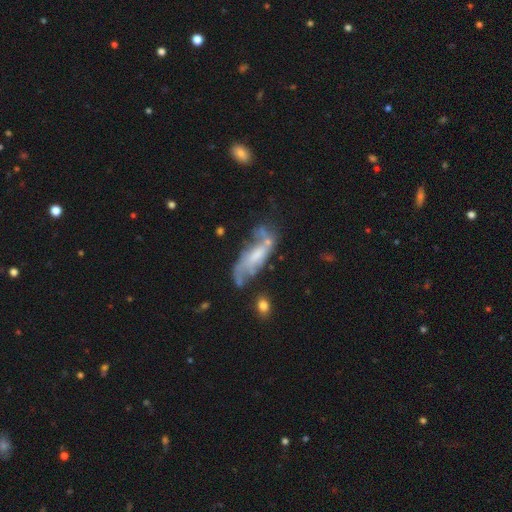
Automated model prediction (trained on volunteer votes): Smooth or featured: featured or disk — 66% (smooth — 26%)
Edge-on disk: no — 82% (yes — 18%)
Bar: no — 48% (weak — 37%)
Spiral arms: yes — 72% (no — 28%)
Bulge size: moderate — 33% (small — 32%)
Merging: none — 41% (minor disturbance — 24%)